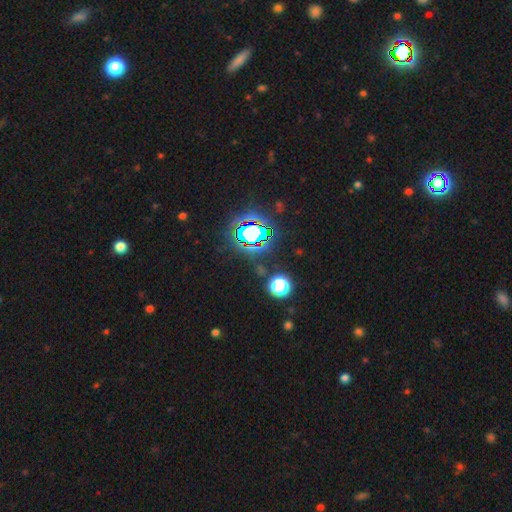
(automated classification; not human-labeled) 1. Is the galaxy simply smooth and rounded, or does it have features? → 82% star or artifact, 11% smooth, 7% featured or disk.